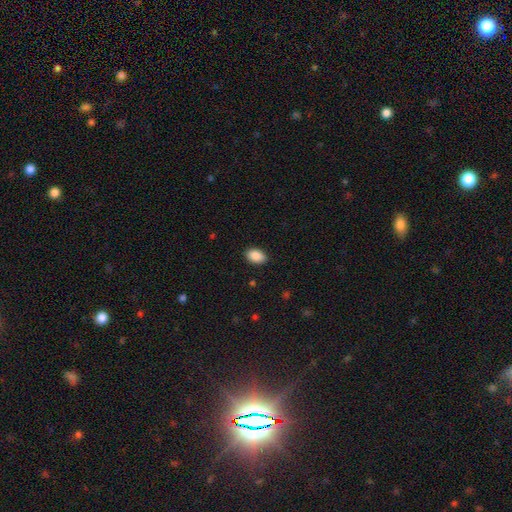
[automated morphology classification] smooth_or_featured: smooth (p=0.89) [alt: star or artifact p=0.07]
how_rounded: in between (p=0.89) [alt: round p=0.10]
merging: none (p=0.88) [alt: minor disturbance p=0.09]